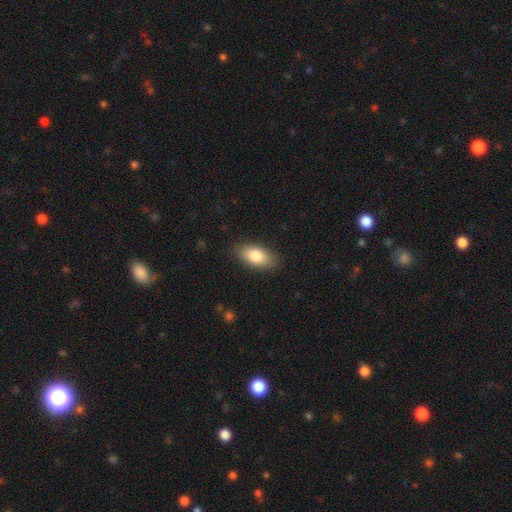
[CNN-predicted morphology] smooth-or-featured: smooth: 82% | featured or disk: 11% | star or artifact: 7%
  how-rounded: in between: 90% | cigar-shaped: 6% | round: 4%
  merging: none: 86% | minor disturbance: 10% | major disturbance: 3% | merger: 1%